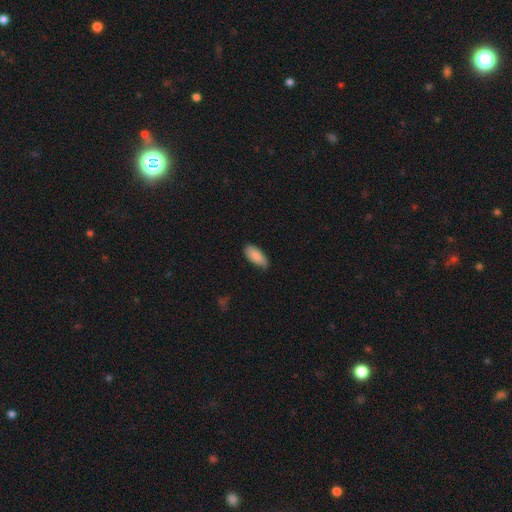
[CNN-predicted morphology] The model was most divided on "merging": none: 66%, minor disturbance: 30%, major disturbance: 4%, merger: 1%. More confident: how rounded — in between (89%); smooth or featured — smooth (87%).